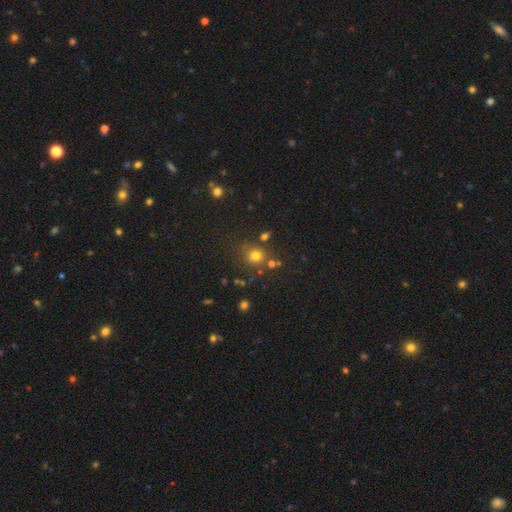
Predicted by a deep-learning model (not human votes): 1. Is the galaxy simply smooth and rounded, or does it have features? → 72% smooth, 19% star or artifact, 8% featured or disk.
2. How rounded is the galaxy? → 83% round, 16% in between, 1% cigar-shaped.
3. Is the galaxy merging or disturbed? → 73% none, 12% minor disturbance, 10% merger, 5% major disturbance.